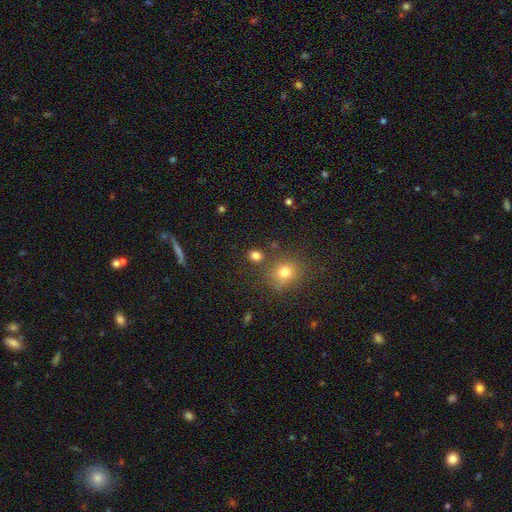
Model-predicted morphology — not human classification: Smooth or featured? Predicted: smooth (p=0.78). How rounded? Predicted: round (p=0.67). Merging? Predicted: none (p=0.78).